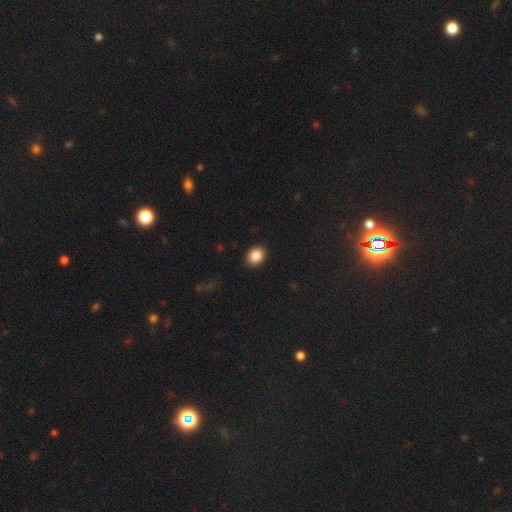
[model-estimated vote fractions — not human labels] Smooth or featured: smooth — 87% (star or artifact — 9%)
How rounded: in between — 52% (round — 47%)
Merging: none — 91% (minor disturbance — 7%)